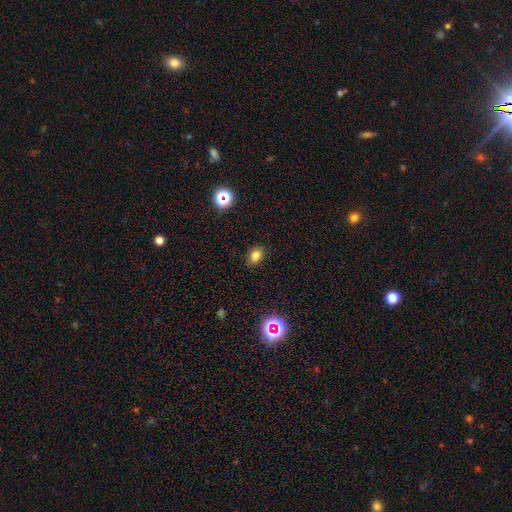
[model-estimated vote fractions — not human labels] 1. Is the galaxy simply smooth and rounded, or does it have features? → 78% smooth, 15% star or artifact, 7% featured or disk.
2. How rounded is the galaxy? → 62% in between, 37% round, 1% cigar-shaped.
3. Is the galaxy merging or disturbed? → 86% none, 10% minor disturbance, 3% major disturbance, 1% merger.